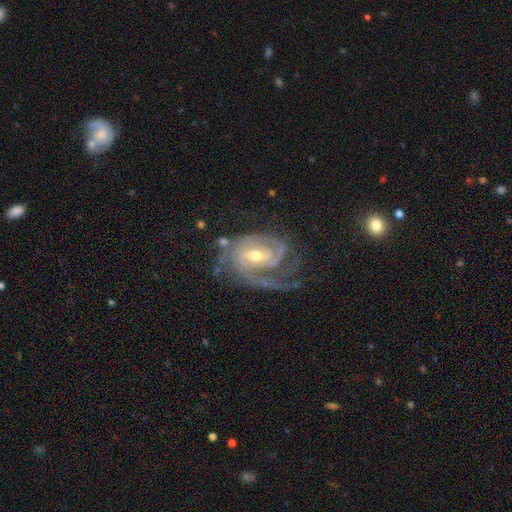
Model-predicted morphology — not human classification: smooth_or_featured: featured or disk (p=0.91) [alt: star or artifact p=0.05]
disk_edge_on: no (p=0.97) [alt: yes p=0.03]
bar: weak (p=0.46) [alt: no p=0.31]
has_spiral_arms: yes (p=0.98) [alt: no p=0.02]
spiral_winding: tight (p=0.58) [alt: medium p=0.35]
spiral_arm_count: 2 (p=0.37) [alt: 3 p=0.29]
bulge_size: moderate (p=0.55) [alt: small p=0.41]
merging: none (p=0.57) [alt: minor disturbance p=0.22]